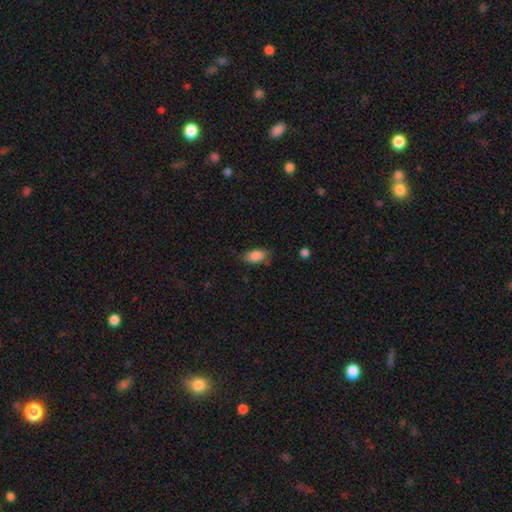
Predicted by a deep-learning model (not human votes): This is clearly a smooth galaxy (86%). How rounded: clearly in between (90%). Merging: likely none (71%).